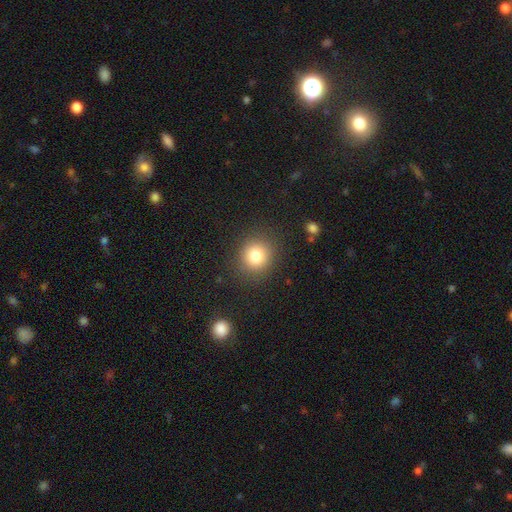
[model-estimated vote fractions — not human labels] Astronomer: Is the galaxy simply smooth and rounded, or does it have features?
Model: smooth — 81%.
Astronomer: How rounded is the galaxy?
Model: round — 87%.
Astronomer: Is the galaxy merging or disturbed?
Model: none — 87%.